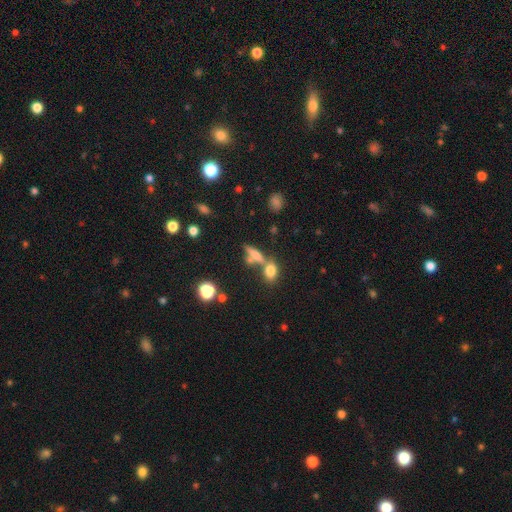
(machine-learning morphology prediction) smooth-or-featured: smooth: 59% | featured or disk: 22% | star or artifact: 20%
  how-rounded: in between: 50% | cigar-shaped: 31% | round: 19%
  merging: none: 48% | merger: 38% | minor disturbance: 9% | major disturbance: 5%